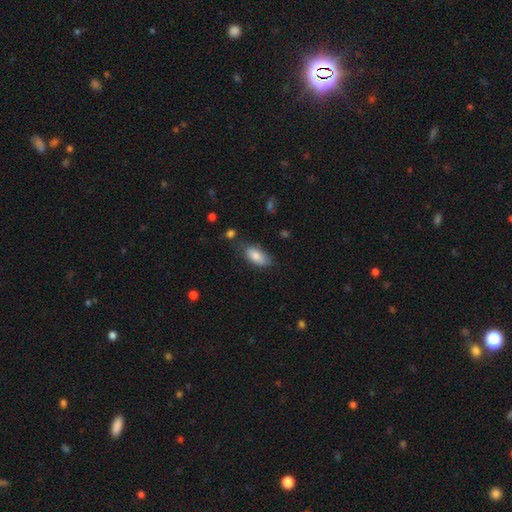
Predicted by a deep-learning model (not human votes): The model was most divided on "merging": none: 67%, minor disturbance: 24%, major disturbance: 6%, merger: 3%. More confident: how rounded — in between (89%); smooth or featured — smooth (83%).